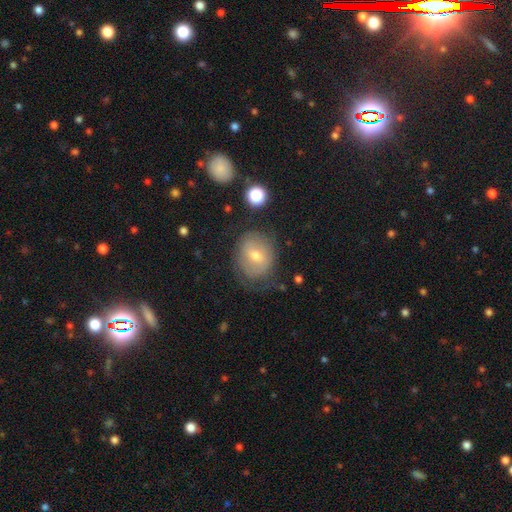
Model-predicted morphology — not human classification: Smooth or featured? Predicted: smooth (p=0.50). Merging? Predicted: none (p=0.63).